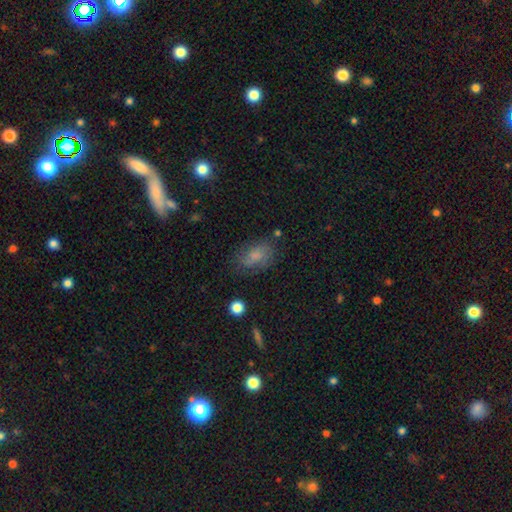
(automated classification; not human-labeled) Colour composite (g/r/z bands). It shows a smooth galaxy with no disk features (64%) that is in between round and cigar-shaped (86%). Merging: none (64%).